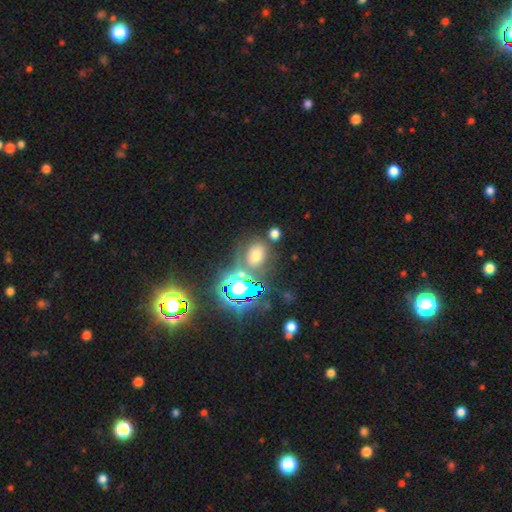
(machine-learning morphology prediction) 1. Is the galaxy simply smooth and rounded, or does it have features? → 54% smooth, 34% star or artifact, 12% featured or disk.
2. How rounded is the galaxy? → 57% in between, 41% round, 2% cigar-shaped.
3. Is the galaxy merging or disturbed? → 68% none, 13% minor disturbance, 12% merger, 6% major disturbance.